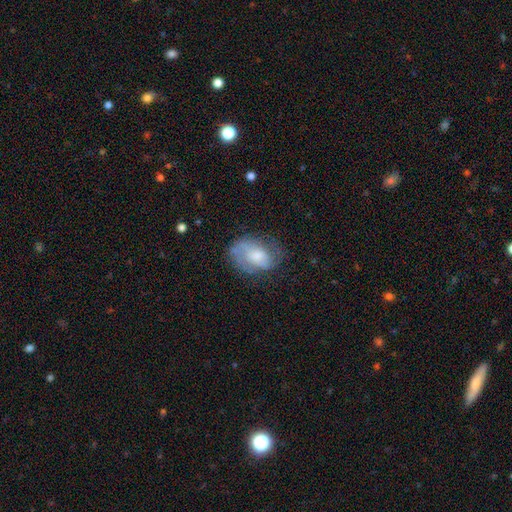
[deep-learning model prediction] Smooth or featured: featured or disk — 51% (smooth — 40%)
Edge-on disk: no — 96% (yes — 4%)
Merging: none — 55% (minor disturbance — 27%)